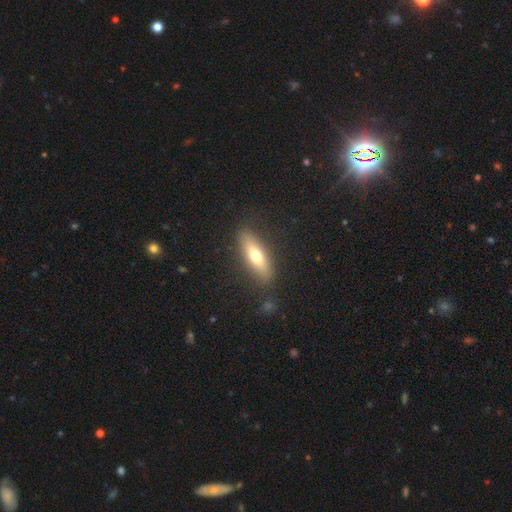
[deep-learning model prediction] Smooth or featured? smooth (61%)
How rounded? cigar-shaped (53%)
Merging? none (85%)